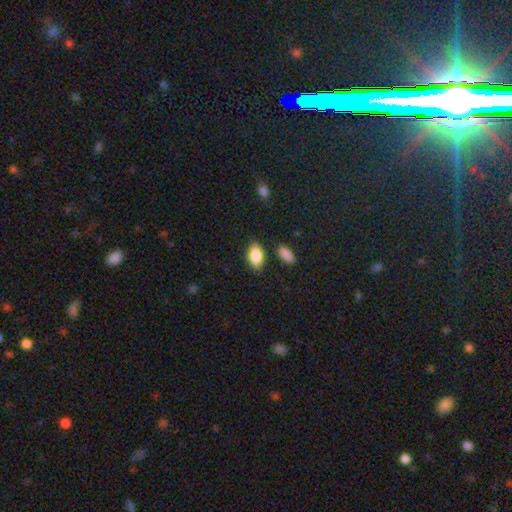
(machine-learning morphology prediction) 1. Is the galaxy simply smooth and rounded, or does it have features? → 86% smooth, 8% featured or disk, 7% star or artifact.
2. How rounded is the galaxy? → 92% in between, 6% round, 2% cigar-shaped.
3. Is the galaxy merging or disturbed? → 82% none, 11% minor disturbance, 4% merger, 3% major disturbance.